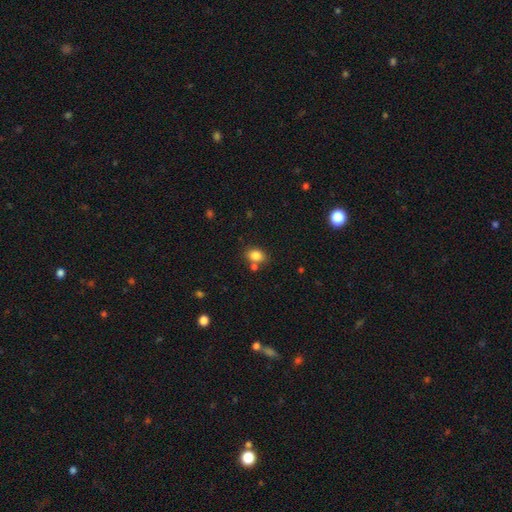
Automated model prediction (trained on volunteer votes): Smooth or featured? smooth (84%)
How rounded? in between (68%)
Merging? none (68%)